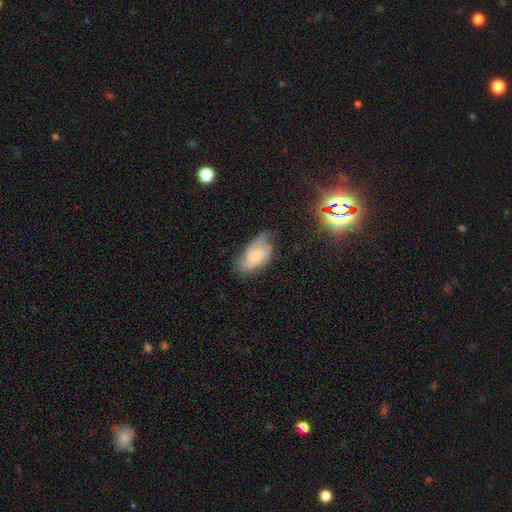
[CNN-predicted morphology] A featured or disk galaxy (57%) with no bar (74%), spiral arms (84%) and a moderate central bulge (48%).

Vote fractions:
- Smooth or featured? featured or disk: 57% / smooth: 35% / star or artifact: 8%
- Edge-on disk? no: 94% / yes: 6%
- Bar? no: 74% / weak: 22% / strong: 4%
- Spiral arms? yes: 84% / no: 16%
- Bulge size? moderate: 48% / small: 46% / large: 3% / none: 2% / dominant: 1%
- Merging? none: 50% / minor disturbance: 33% / major disturbance: 14% / merger: 2%